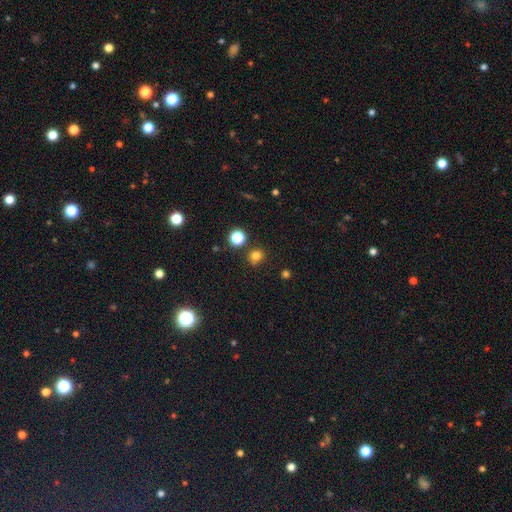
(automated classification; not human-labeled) smooth_or_featured: smooth (p=0.78) [alt: star or artifact p=0.17]
how_rounded: round (p=0.83) [alt: in between p=0.16]
merging: none (p=0.79) [alt: minor disturbance p=0.11]